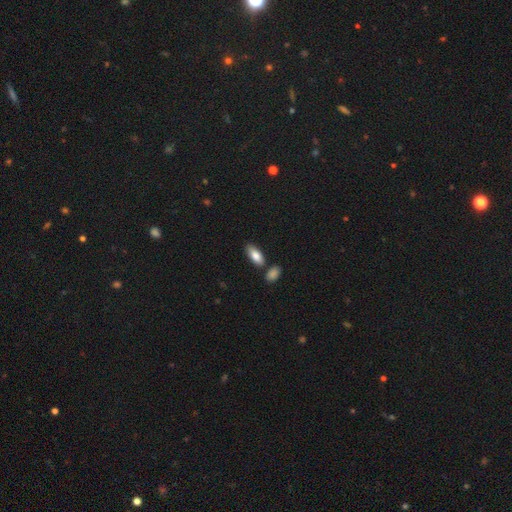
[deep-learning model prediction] Smooth or featured: smooth — 84% (featured or disk — 10%)
How rounded: in between — 86% (cigar-shaped — 11%)
Merging: none — 72% (minor disturbance — 13%)